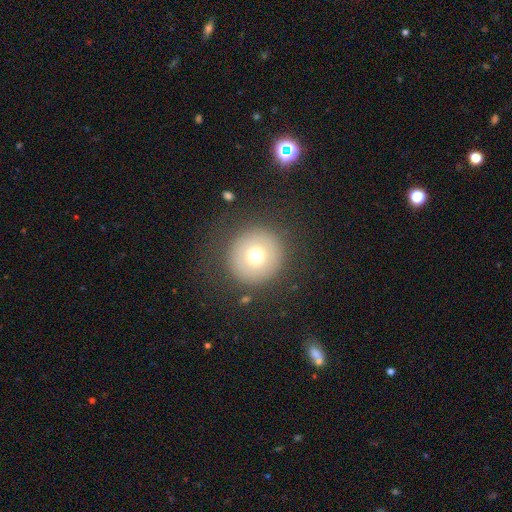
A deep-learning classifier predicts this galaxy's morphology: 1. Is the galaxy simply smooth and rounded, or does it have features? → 68% smooth, 20% featured or disk, 12% star or artifact.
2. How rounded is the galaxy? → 95% round, 4% in between, 1% cigar-shaped.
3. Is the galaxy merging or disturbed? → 83% none, 9% minor disturbance, 6% major disturbance, 2% merger.